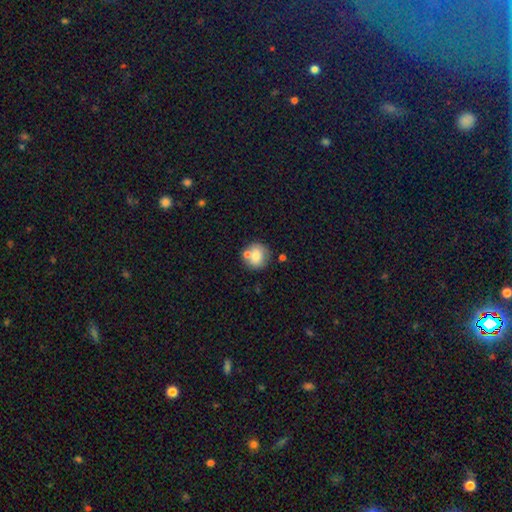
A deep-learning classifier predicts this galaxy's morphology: smooth_or_featured: smooth (p=0.73) [alt: featured or disk p=0.18]
how_rounded: round (p=0.87) [alt: in between p=0.12]
merging: none (p=0.63) [alt: merger p=0.21]